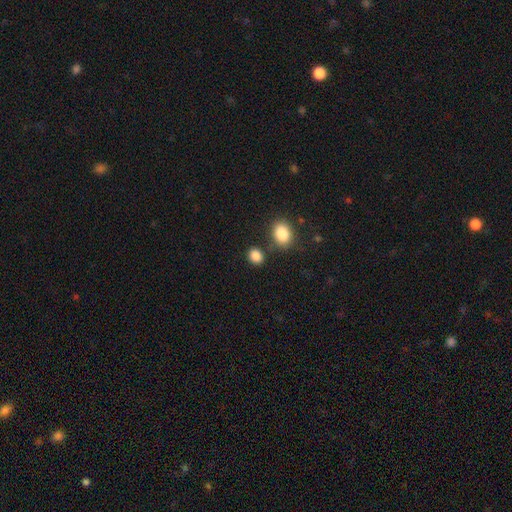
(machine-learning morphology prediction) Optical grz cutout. It shows a smooth galaxy with no disk features (86%) that is round (56%). Merging: none (76%).